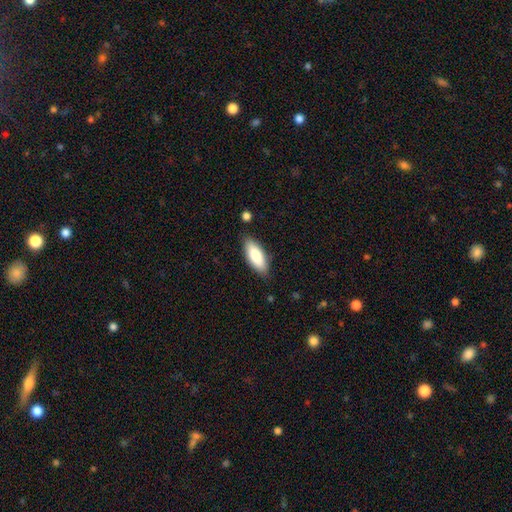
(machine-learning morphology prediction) smooth-or-featured: smooth: 82% | featured or disk: 12% | star or artifact: 6%
  how-rounded: in between: 76% | cigar-shaped: 22% | round: 2%
  merging: none: 83% | minor disturbance: 13% | major disturbance: 2% | merger: 2%